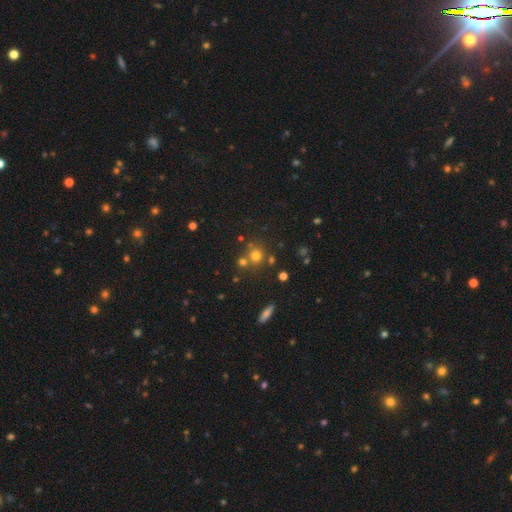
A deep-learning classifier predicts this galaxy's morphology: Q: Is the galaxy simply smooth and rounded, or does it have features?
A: smooth — 69%.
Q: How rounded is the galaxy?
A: round — 87%.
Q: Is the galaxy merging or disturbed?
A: none — 64%.